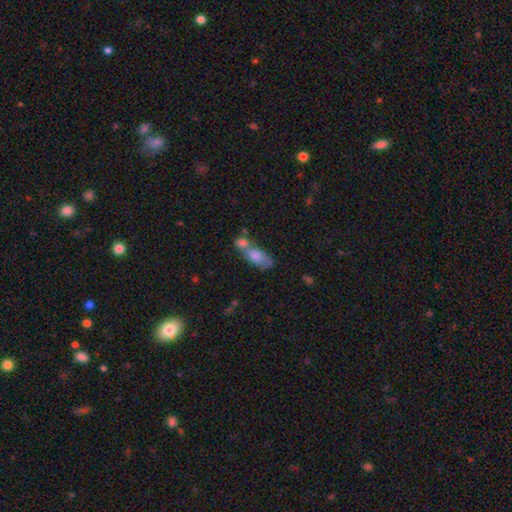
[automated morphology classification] A smooth galaxy with no disk features (75%) that is in between round and cigar-shaped (79%). Merging: merger (59%).